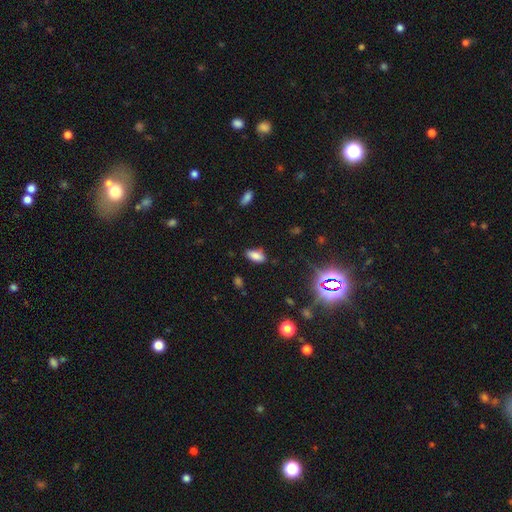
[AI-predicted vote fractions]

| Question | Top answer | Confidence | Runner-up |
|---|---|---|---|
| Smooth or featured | smooth | 80% | star or artifact (13%) |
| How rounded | in between | 88% | cigar-shaped (9%) |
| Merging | none | 79% | minor disturbance (16%) |